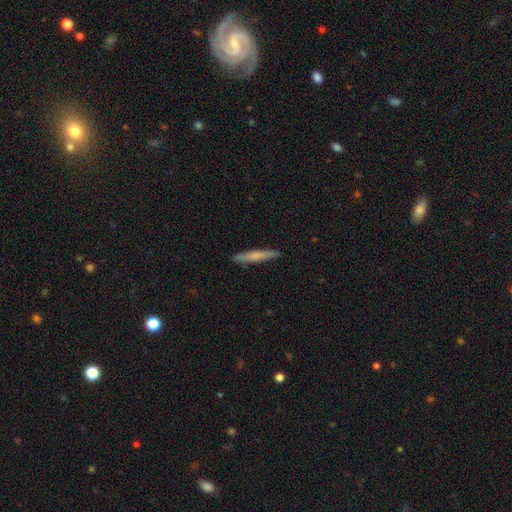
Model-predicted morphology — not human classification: This appears to be a smooth galaxy with no disk features (62%) that is cigar-shaped (95%). Merging: none (90%).